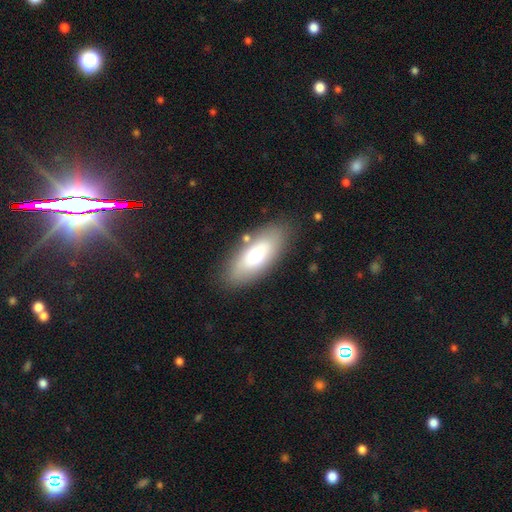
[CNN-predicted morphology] smooth_or_featured: smooth (p=0.63) [alt: featured or disk p=0.30]
how_rounded: in between (p=0.83) [alt: cigar-shaped p=0.14]
merging: none (p=0.81) [alt: minor disturbance p=0.11]